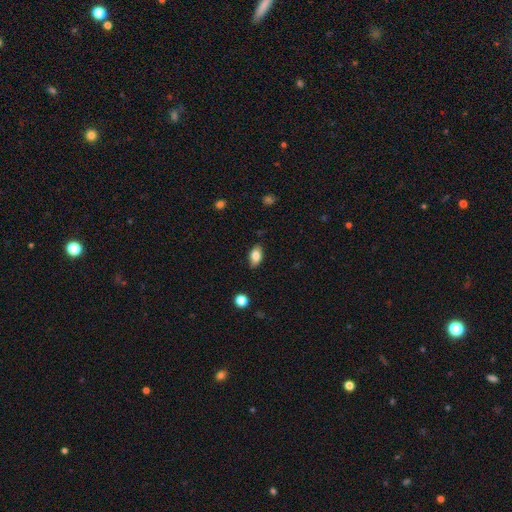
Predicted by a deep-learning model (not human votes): Smooth or featured? smooth (80%)
How rounded? in between (89%)
Merging? none (82%)